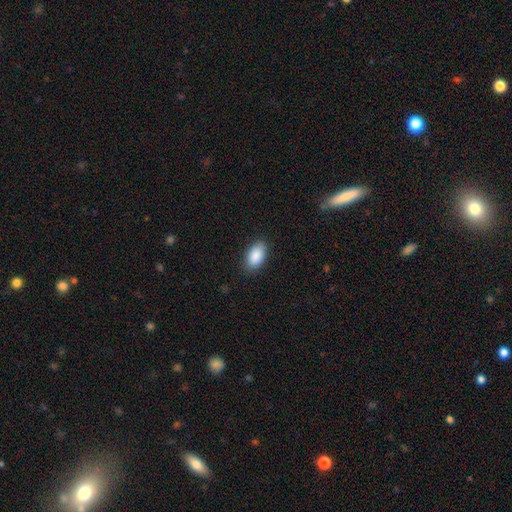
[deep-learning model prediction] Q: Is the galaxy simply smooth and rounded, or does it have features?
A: smooth — 89%.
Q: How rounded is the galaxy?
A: in between — 94%.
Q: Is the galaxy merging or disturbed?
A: none — 87%.